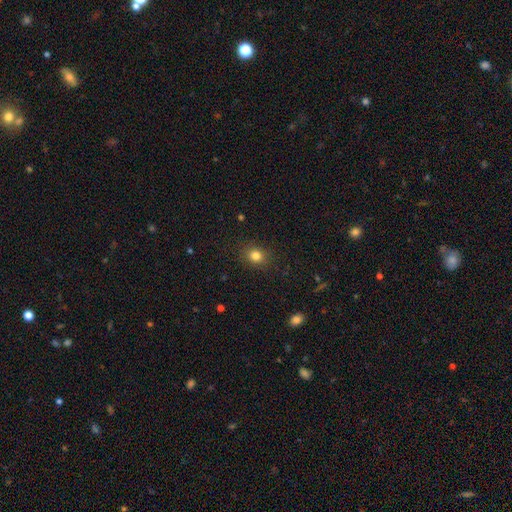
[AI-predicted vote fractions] Smooth or featured: smooth — 82% (star or artifact — 13%)
How rounded: round — 68% (in between — 31%)
Merging: none — 88% (minor disturbance — 8%)